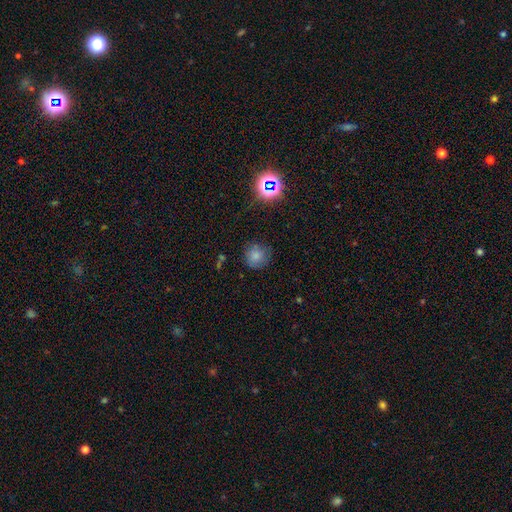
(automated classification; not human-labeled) Morphology: type=smooth (77%); roundness=round (91%); merging=none (79%).